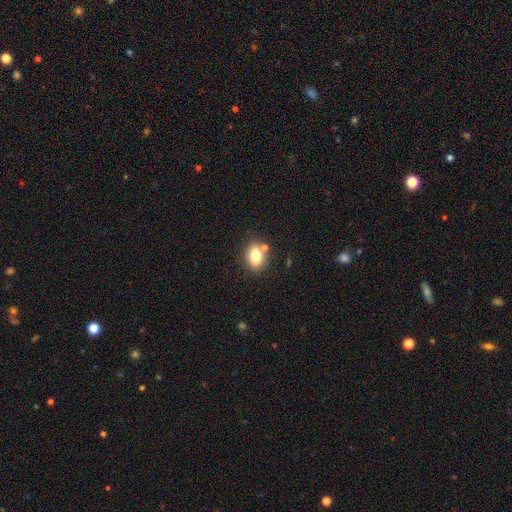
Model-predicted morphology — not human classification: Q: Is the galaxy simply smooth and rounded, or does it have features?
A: smooth — 79%.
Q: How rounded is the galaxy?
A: in between — 68%.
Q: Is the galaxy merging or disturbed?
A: none — 72%.